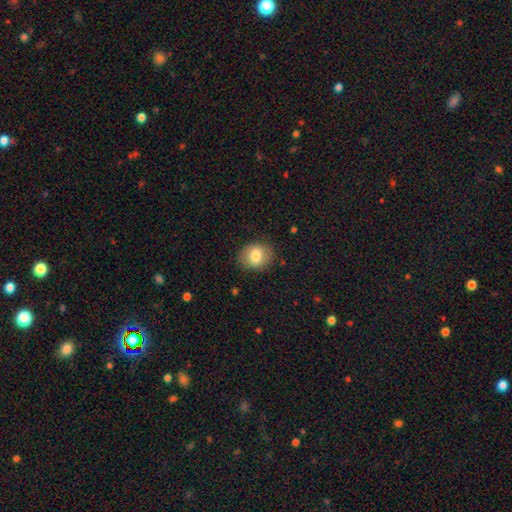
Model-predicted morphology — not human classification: This is likely a smooth galaxy (79%). How rounded: possibly round (53%). Merging: clearly none (84%).